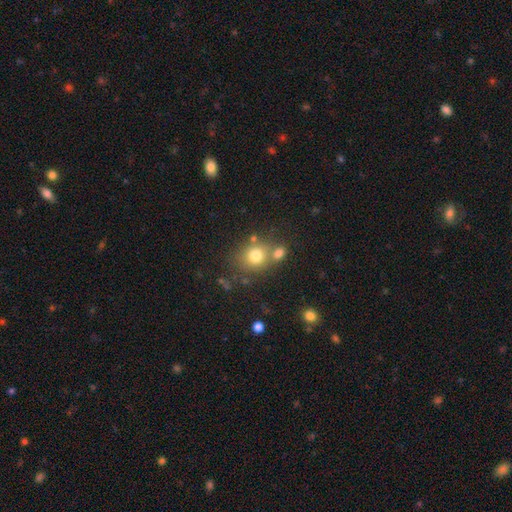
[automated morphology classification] The model was most divided on "merging": none: 59%, merger: 25%, minor disturbance: 11%, major disturbance: 5%. More confident: smooth or featured — smooth (75%); how rounded — round (75%).